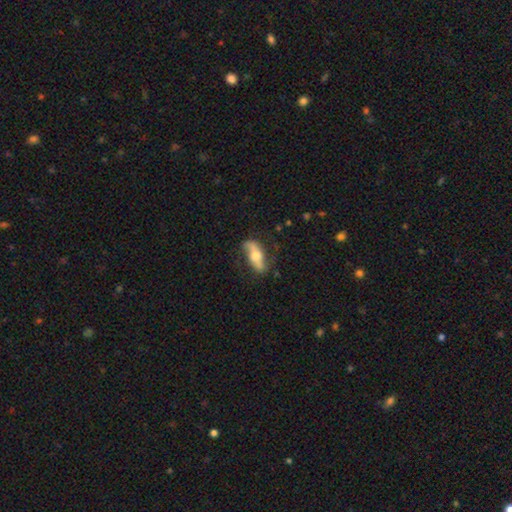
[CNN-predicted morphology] A featured or disk galaxy (59%).

Vote fractions:
- Smooth or featured? featured or disk: 59% / smooth: 34% / star or artifact: 6%
- Edge-on disk? no: 69% / yes: 31%
- Merging? none: 71% / minor disturbance: 19% / major disturbance: 7% / merger: 2%